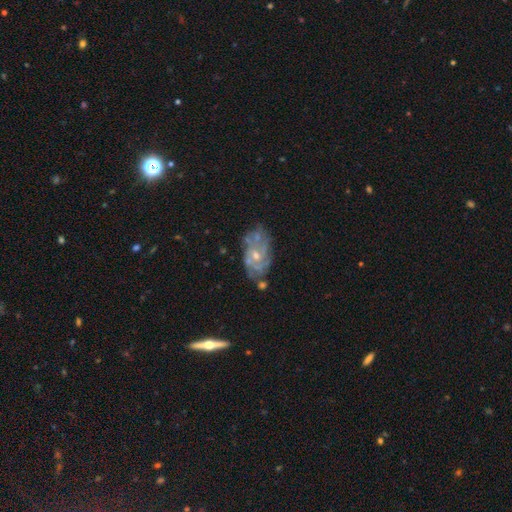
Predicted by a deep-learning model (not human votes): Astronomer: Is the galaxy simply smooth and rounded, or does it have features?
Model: featured or disk — 80%.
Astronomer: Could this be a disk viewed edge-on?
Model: no — 94%.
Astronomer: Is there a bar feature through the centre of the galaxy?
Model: no — 71%.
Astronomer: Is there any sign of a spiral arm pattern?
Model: yes — 84%.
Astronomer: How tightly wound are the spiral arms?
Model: tight — 53% (runner-up: medium, 34%).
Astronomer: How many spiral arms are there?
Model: can't tell — 45%.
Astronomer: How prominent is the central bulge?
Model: small — 57% (runner-up: moderate, 39%).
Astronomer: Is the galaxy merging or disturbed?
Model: none — 66%.